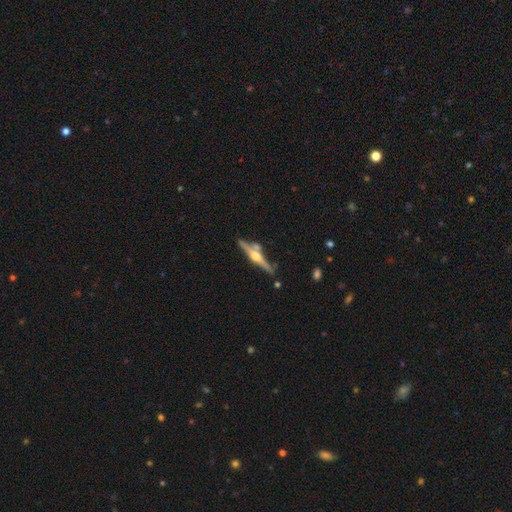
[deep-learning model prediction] The model was most divided on "merging": none: 74%, minor disturbance: 13%, merger: 10%, major disturbance: 3%. More confident: edge-on disk — yes (98%); edge-on bulge — rounded (94%); smooth or featured — featured or disk (81%).